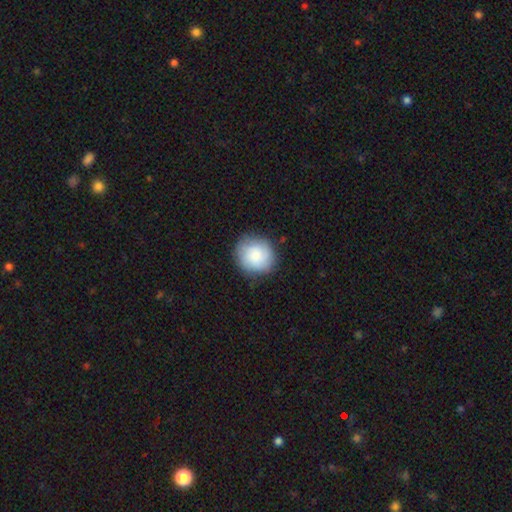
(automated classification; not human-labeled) The model was most divided on "merging": none: 81%, minor disturbance: 14%, major disturbance: 3%, merger: 1%. More confident: how rounded — round (85%); smooth or featured — smooth (80%).